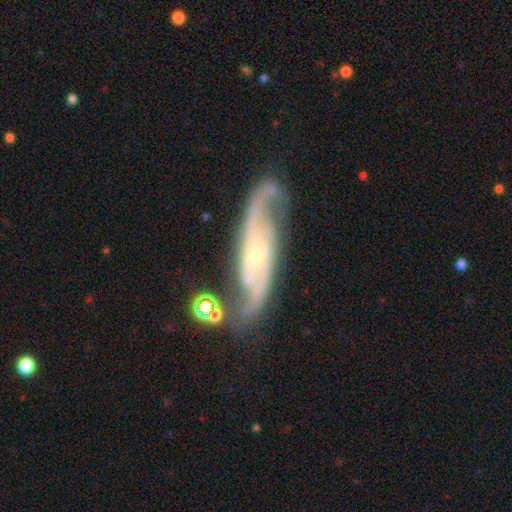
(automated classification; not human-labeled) Q: Smooth or featured?
A: featured or disk (90%); runner-up: star or artifact (5%)
Q: Edge-on disk?
A: no (91%); runner-up: yes (9%)
Q: Bar?
A: no (43%); runner-up: weak (39%)
Q: Spiral arms?
A: yes (98%); runner-up: no (2%)
Q: Spiral winding?
A: medium (53%); runner-up: loose (25%)
Q: Spiral arm count?
A: 2 (89%); runner-up: can't tell (4%)
Q: Bulge size?
A: small (71%); runner-up: moderate (23%)
Q: Merging?
A: none (73%); runner-up: minor disturbance (16%)